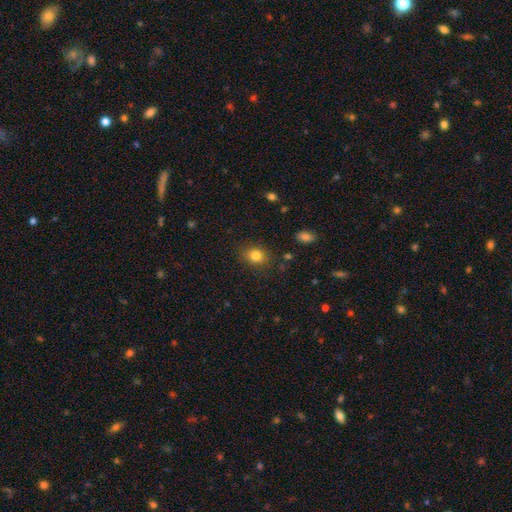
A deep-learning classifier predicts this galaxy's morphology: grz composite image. It shows a smooth galaxy with no disk features (82%) that is round (57%). Merging: none (85%).